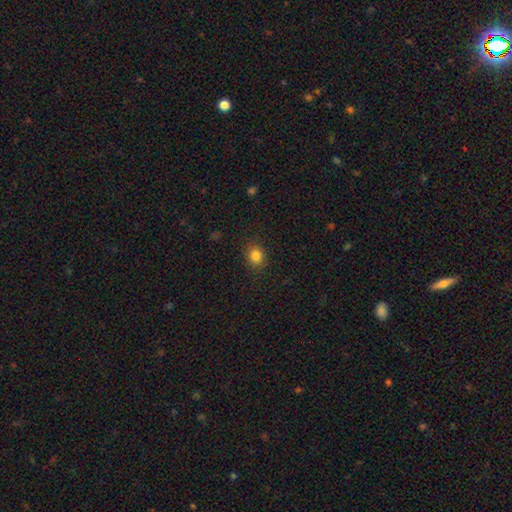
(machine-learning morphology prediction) This is clearly a smooth galaxy (83%). How rounded: likely round (66%). Merging: clearly none (88%).